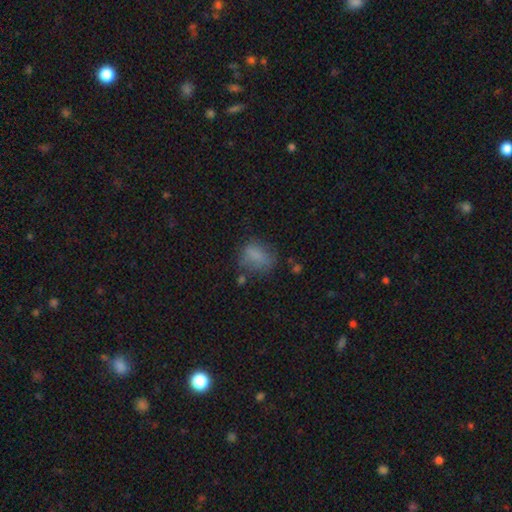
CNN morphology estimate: smooth-or-featured: smooth: 72% | featured or disk: 15% | star or artifact: 13%
  how-rounded: in between: 66% | round: 30% | cigar-shaped: 3%
  merging: none: 50% | minor disturbance: 27% | major disturbance: 18% | merger: 5%